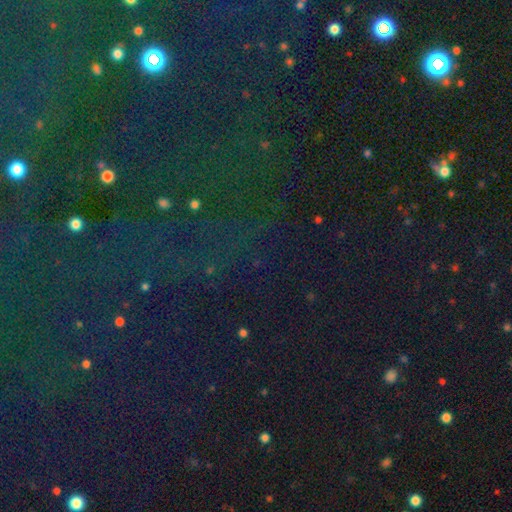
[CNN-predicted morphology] Smooth or featured: star or artifact — 81% (smooth — 11%)